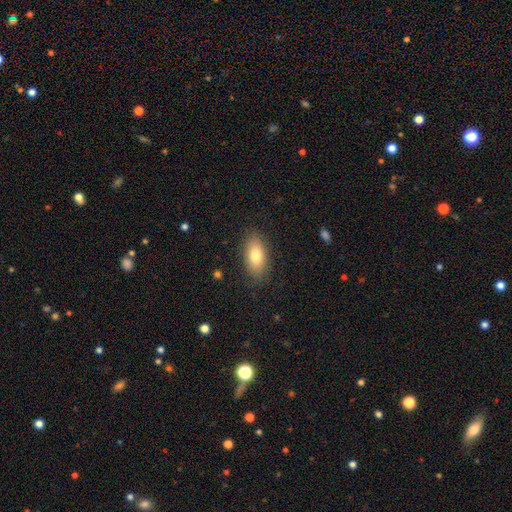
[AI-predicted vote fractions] This is likely a smooth galaxy (79%). How rounded: clearly in between (89%). Merging: clearly none (84%).